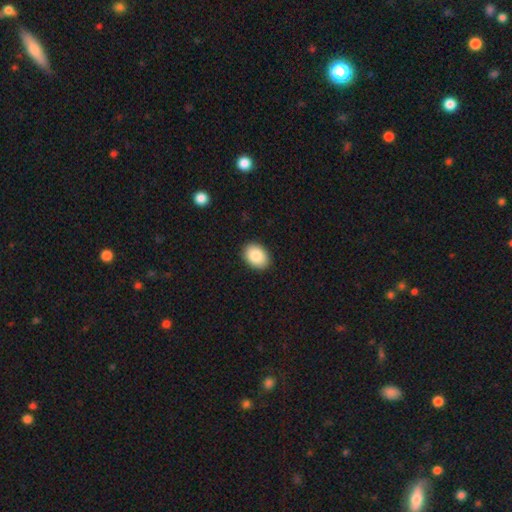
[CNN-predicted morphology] Smooth or featured? Predicted: smooth (p=0.87). How rounded? Predicted: in between (p=0.75). Merging? Predicted: none (p=0.91).